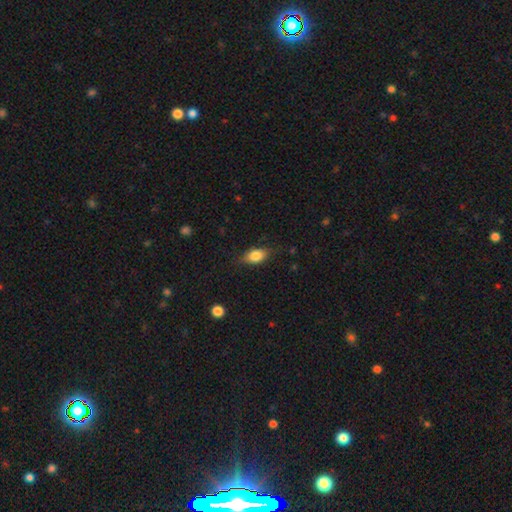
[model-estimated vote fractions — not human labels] Overall: smooth (78%). How rounded: in between (84%). Merging: none (75%).